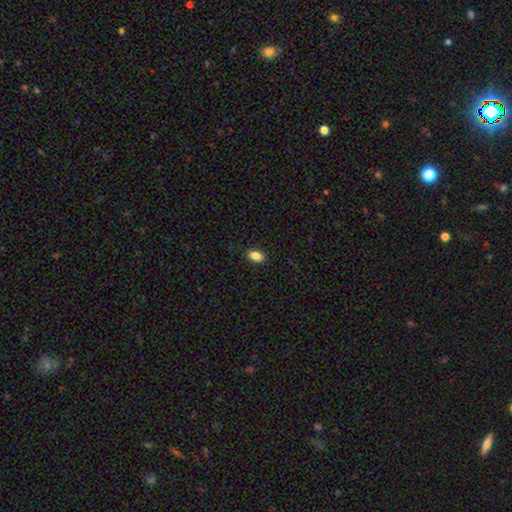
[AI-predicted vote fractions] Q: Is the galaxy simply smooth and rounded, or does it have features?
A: smooth — 87%.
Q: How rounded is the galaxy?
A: in between — 89%.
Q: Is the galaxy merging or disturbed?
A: none — 90%.